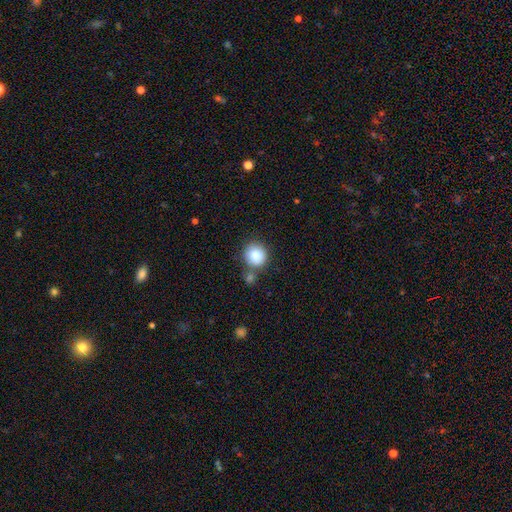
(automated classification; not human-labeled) The model was most divided on "merging": none: 65%, merger: 18%, minor disturbance: 13%, major disturbance: 4%. More confident: smooth or featured — smooth (87%); how rounded — round (87%).